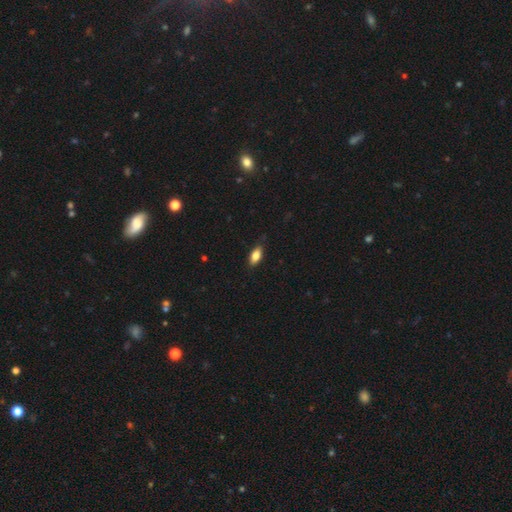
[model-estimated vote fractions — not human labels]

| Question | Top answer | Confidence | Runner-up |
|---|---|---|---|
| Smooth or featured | smooth | 81% | featured or disk (11%) |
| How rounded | in between | 86% | cigar-shaped (11%) |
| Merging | none | 80% | minor disturbance (17%) |